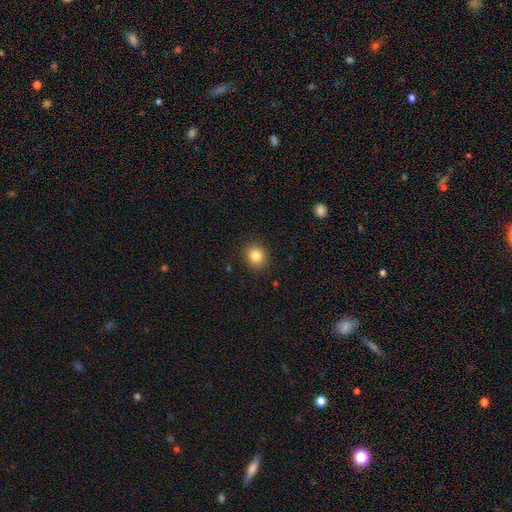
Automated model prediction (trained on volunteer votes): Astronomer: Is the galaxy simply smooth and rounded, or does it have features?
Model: smooth — 84%.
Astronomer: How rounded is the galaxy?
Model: round — 75%.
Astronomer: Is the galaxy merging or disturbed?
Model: none — 89%.